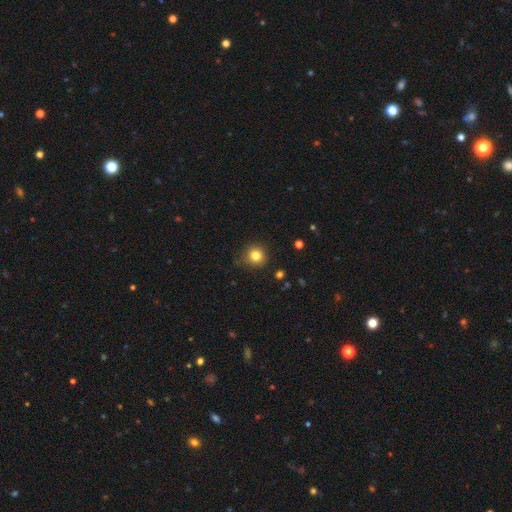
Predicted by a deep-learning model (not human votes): Smooth or featured?
  - smooth: 81% *
  - star or artifact: 12%
  - featured or disk: 6%
How rounded?
  - round: 92% *
  - in between: 7%
  - cigar-shaped: 1%
Merging?
  - none: 86% *
  - minor disturbance: 10%
  - major disturbance: 3%
  - merger: 1%